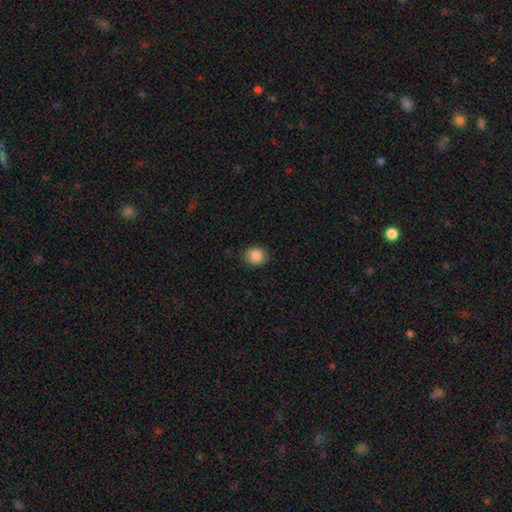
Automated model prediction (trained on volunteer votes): Smooth or featured: smooth — 87% (star or artifact — 9%)
How rounded: round — 71% (in between — 28%)
Merging: none — 88% (minor disturbance — 9%)